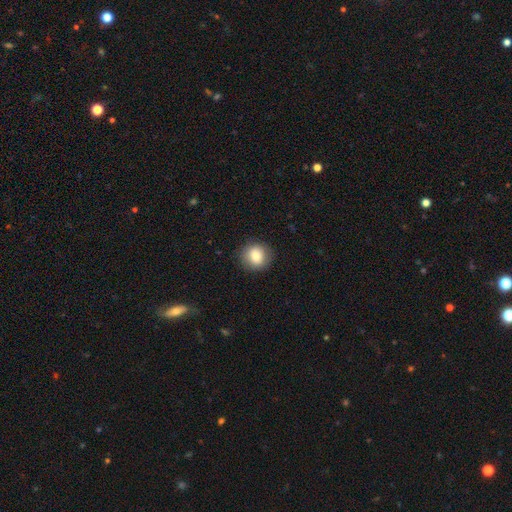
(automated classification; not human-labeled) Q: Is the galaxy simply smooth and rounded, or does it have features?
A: smooth — 81%.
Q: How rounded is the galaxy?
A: round — 87%.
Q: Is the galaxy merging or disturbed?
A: none — 87%.